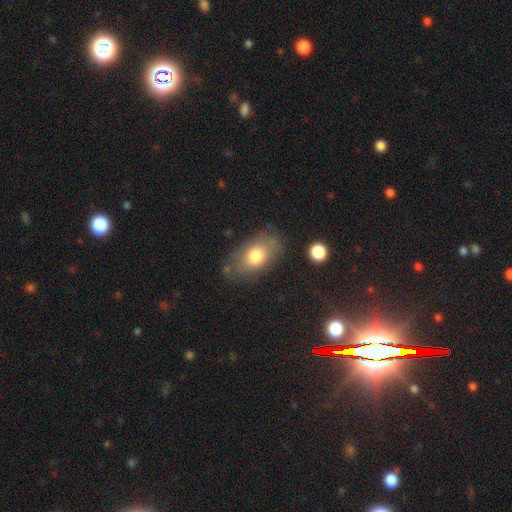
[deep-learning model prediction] Smooth or featured: smooth — 72% (featured or disk — 20%)
How rounded: in between — 90% (round — 8%)
Merging: none — 70% (minor disturbance — 19%)